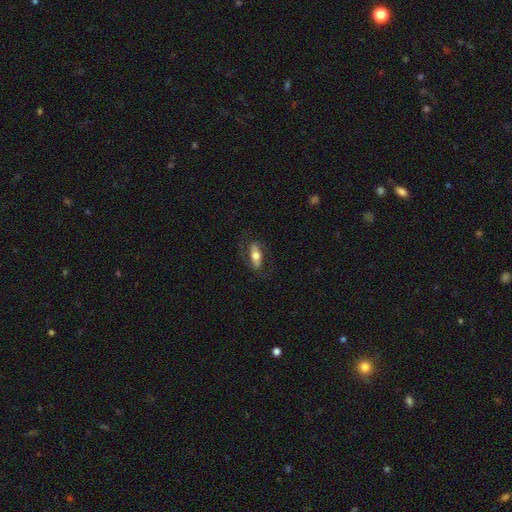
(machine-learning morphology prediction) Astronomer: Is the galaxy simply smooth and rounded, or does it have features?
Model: smooth — 48% (runner-up: featured or disk, 45%).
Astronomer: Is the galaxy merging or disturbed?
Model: none — 72%.